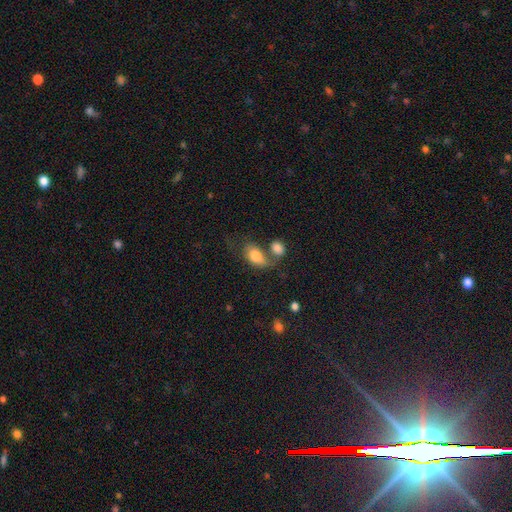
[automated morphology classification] Q: Smooth or featured?
A: smooth (79%); runner-up: featured or disk (13%)
Q: How rounded?
A: in between (88%); runner-up: round (10%)
Q: Merging?
A: merger (40%); runner-up: none (30%)